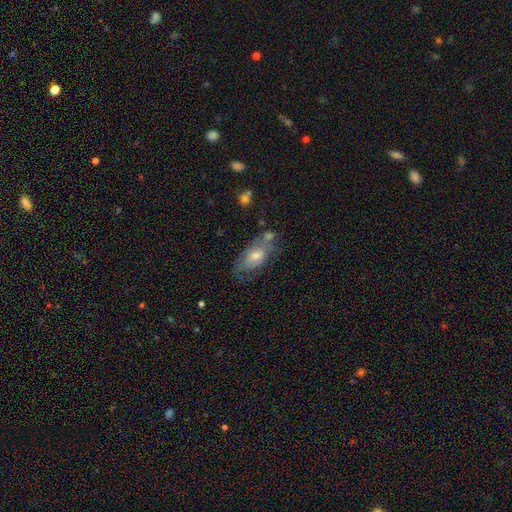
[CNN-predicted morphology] smooth-or-featured: smooth: 46% | featured or disk: 44% | star or artifact: 10%
  merging: none: 51% | minor disturbance: 24% | merger: 13% | major disturbance: 11%